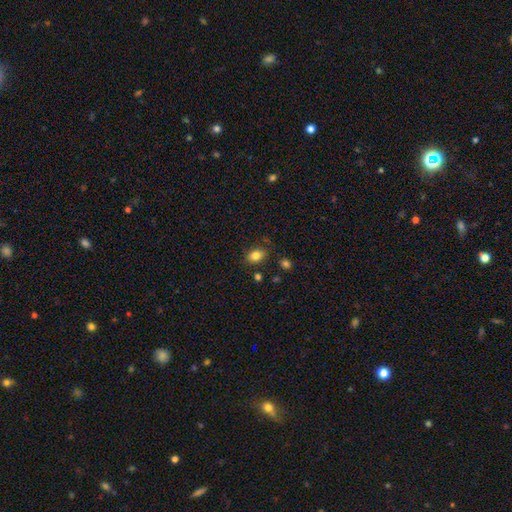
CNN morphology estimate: Smooth or featured? Predicted: smooth (p=0.82). How rounded? Predicted: in between (p=0.74). Merging? Predicted: none (p=0.81).